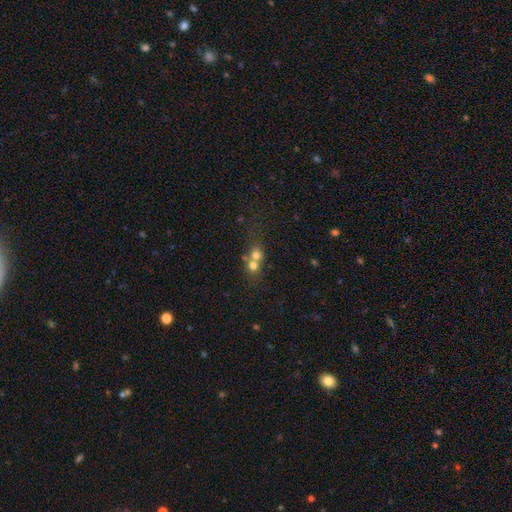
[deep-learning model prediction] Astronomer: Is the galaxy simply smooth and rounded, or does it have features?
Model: smooth — 65%.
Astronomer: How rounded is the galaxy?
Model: round — 76%.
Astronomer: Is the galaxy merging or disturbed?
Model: merger — 64%.